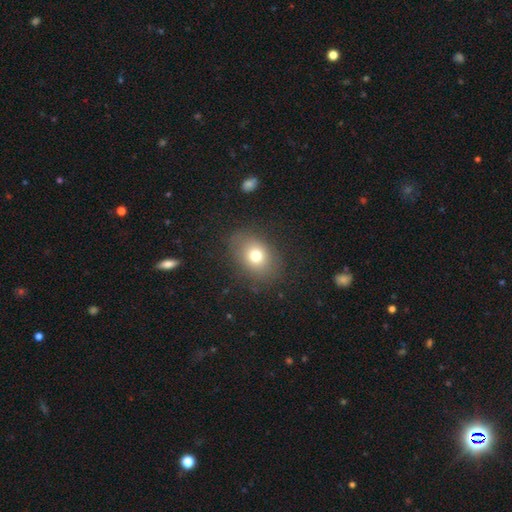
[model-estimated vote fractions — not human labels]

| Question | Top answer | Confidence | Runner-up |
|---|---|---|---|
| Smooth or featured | smooth | 74% | featured or disk (13%) |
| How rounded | in between | 60% | round (39%) |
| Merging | none | 81% | minor disturbance (12%) |